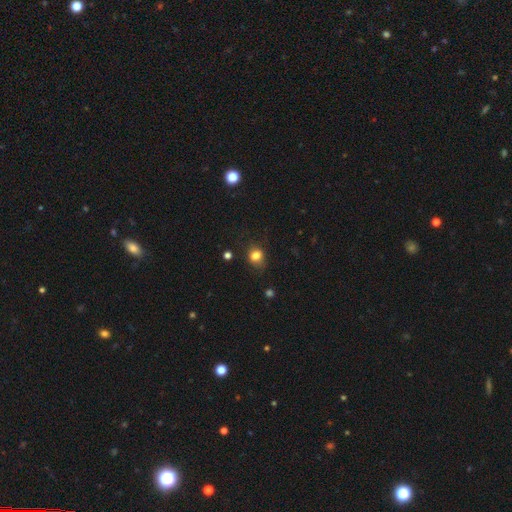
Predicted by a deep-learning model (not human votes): This appears to be a smooth galaxy with no disk features (81%) that is round (65%). Merging: none (71%).